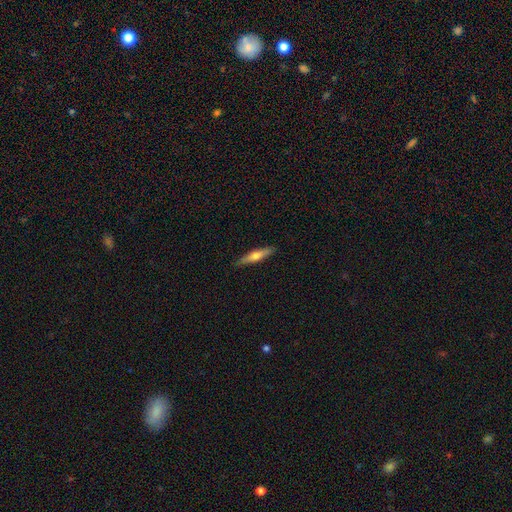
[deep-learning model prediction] smooth_or_featured: smooth (p=0.51) [alt: featured or disk p=0.43]
how_rounded: cigar-shaped (p=0.87) [alt: in between p=0.12]
merging: none (p=0.89) [alt: minor disturbance p=0.09]